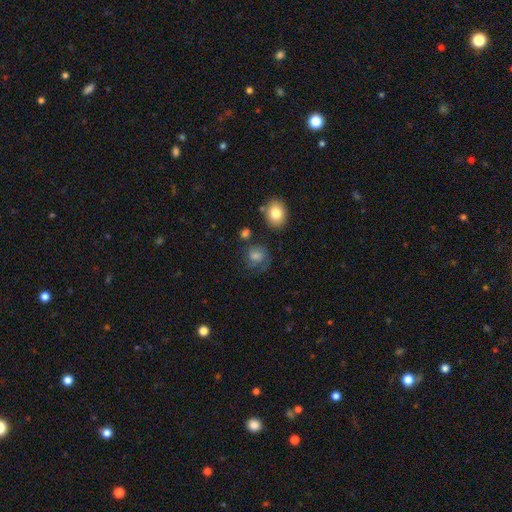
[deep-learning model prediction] smooth 55%, featured or disk 30%, star or artifact 15%. Down the decision tree: how rounded — round (74%); merging — none (62%).